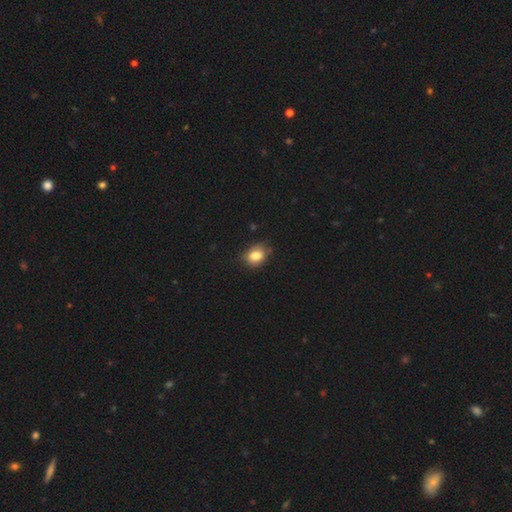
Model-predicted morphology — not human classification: Smooth or featured?
  - smooth: 83% *
  - star or artifact: 9%
  - featured or disk: 8%
How rounded?
  - in between: 58% *
  - round: 41%
  - cigar-shaped: 1%
Merging?
  - none: 73% *
  - minor disturbance: 21%
  - major disturbance: 4%
  - merger: 2%